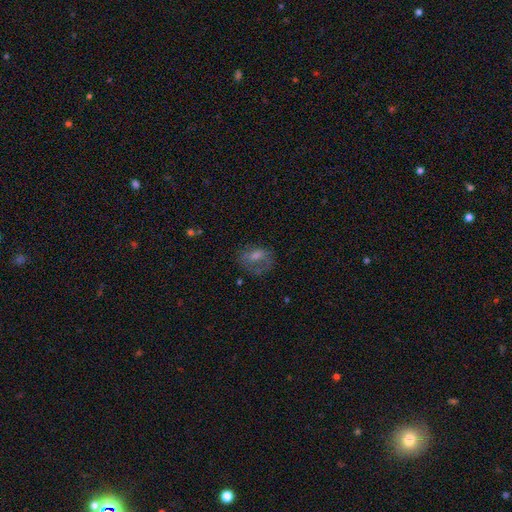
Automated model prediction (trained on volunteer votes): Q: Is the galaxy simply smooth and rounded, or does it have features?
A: smooth — 49%.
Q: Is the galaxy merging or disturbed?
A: none — 49%.